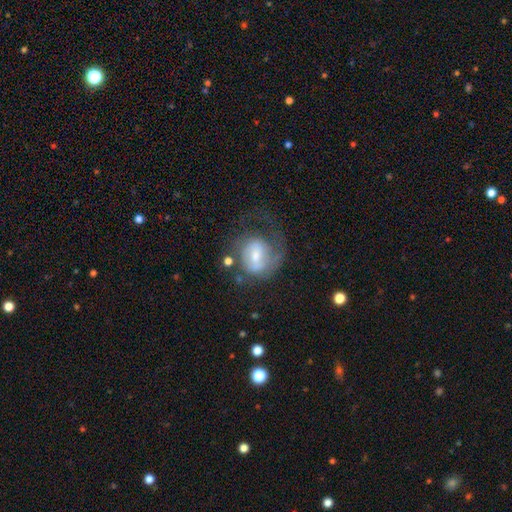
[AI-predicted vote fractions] A featured or disk galaxy (60%) with a weak bar (52%), spiral arms (76%) and a moderate central bulge (46%).

Vote fractions:
- Smooth or featured? featured or disk: 60% / smooth: 32% / star or artifact: 8%
- Edge-on disk? no: 97% / yes: 3%
- Bar? weak: 52% / no: 26% / strong: 21%
- Spiral arms? yes: 76% / no: 24%
- Bulge size? moderate: 46% / small: 40% / large: 8% / none: 5% / dominant: 2%
- Merging? major disturbance: 38% / none: 37% / minor disturbance: 20% / merger: 6%